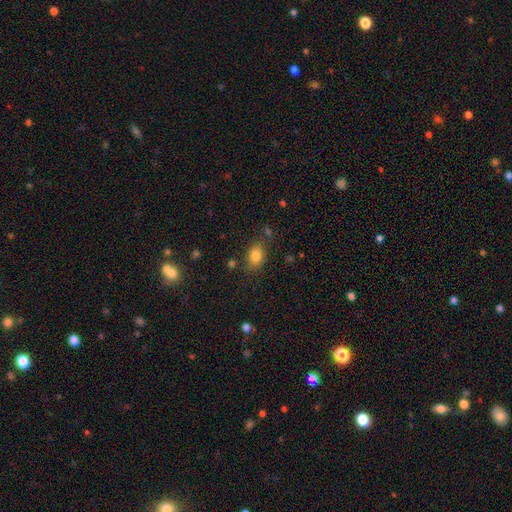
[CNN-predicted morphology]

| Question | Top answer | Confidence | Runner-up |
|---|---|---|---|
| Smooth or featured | smooth | 82% | star or artifact (10%) |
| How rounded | in between | 76% | round (22%) |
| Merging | none | 78% | minor disturbance (14%) |